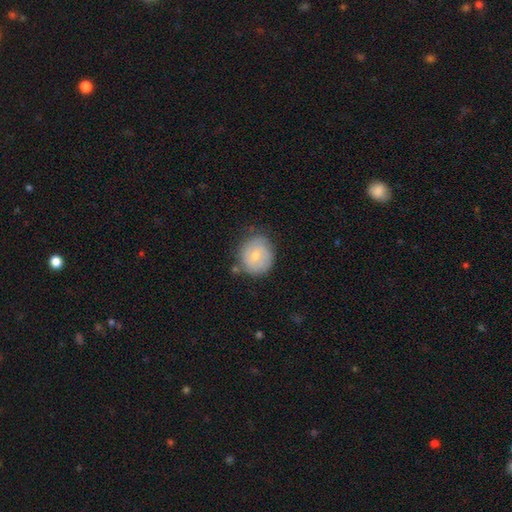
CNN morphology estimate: type=smooth (66%); roundness=round (85%); merging=none (70%).